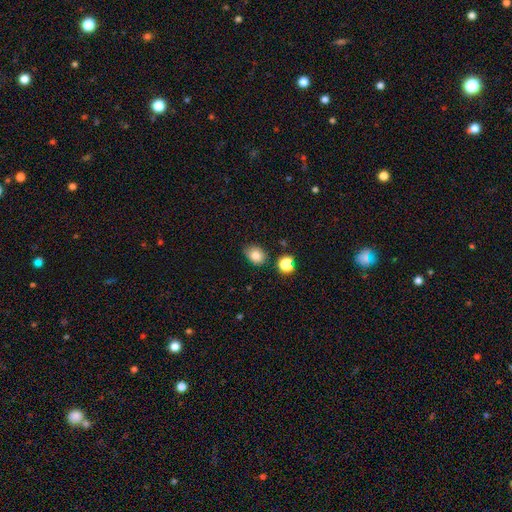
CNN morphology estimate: Q: Smooth or featured?
A: smooth (81%); runner-up: star or artifact (12%)
Q: How rounded?
A: in between (59%); runner-up: round (40%)
Q: Merging?
A: none (74%); runner-up: minor disturbance (19%)